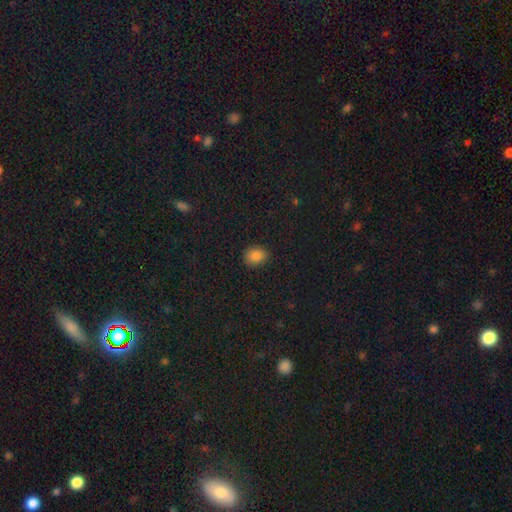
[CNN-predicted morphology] A smooth galaxy with no disk features (84%) that is round (51%). Merging: none (87%).